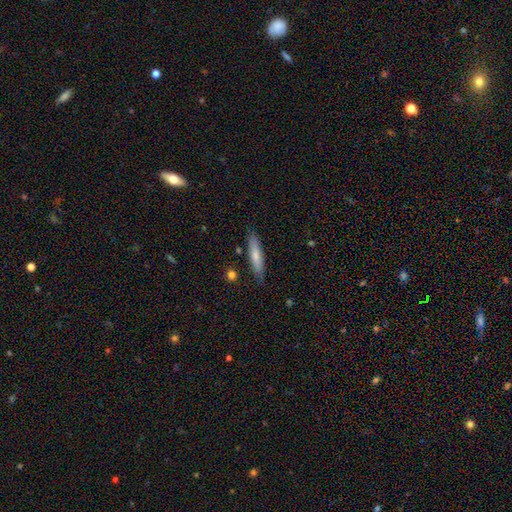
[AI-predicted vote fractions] Smooth or featured? smooth (70%)
How rounded? cigar-shaped (84%)
Merging? none (84%)